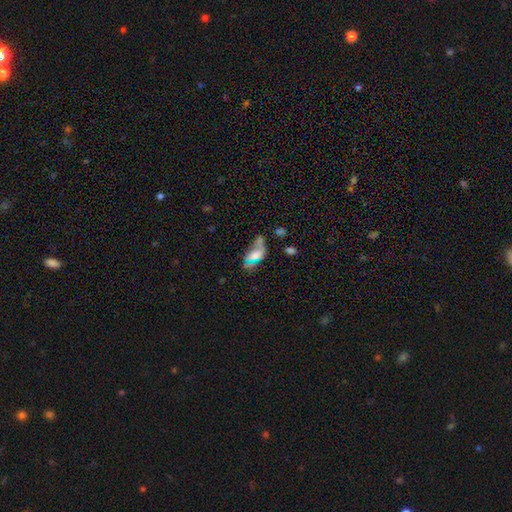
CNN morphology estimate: The model was most divided on "merging": none: 32%, major disturbance: 24%, merger: 22%, minor disturbance: 22%. More confident: how rounded — in between (82%); smooth or featured — smooth (52%).